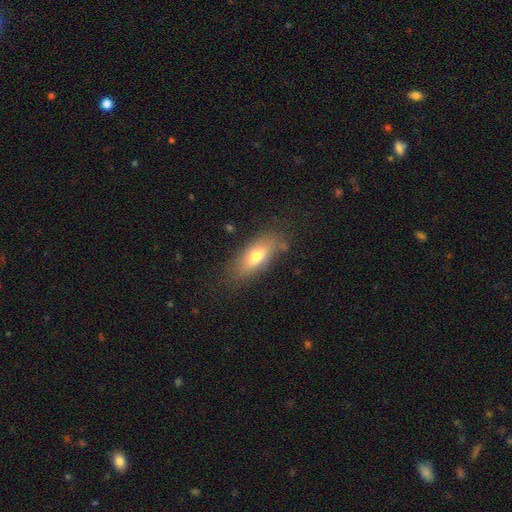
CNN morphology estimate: Q: Smooth or featured?
A: smooth (66%); runner-up: featured or disk (25%)
Q: How rounded?
A: in between (76%); runner-up: cigar-shaped (20%)
Q: Merging?
A: none (76%); runner-up: minor disturbance (16%)